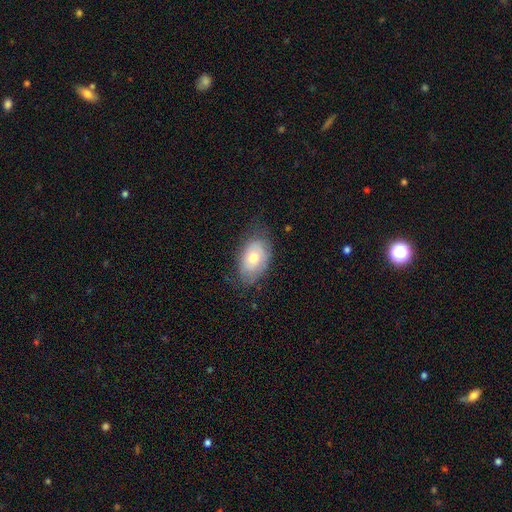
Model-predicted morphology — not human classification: smooth_or_featured: smooth (p=0.56) [alt: featured or disk p=0.35]
how_rounded: in between (p=0.88) [alt: round p=0.11]
merging: none (p=0.68) [alt: minor disturbance p=0.24]